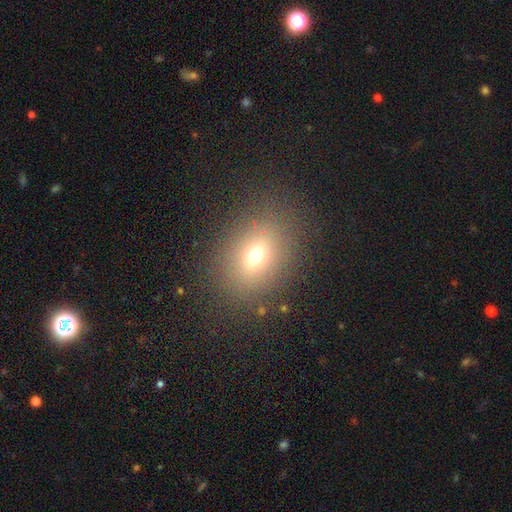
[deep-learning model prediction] Overall: smooth (69%). How rounded: round (52%; in between 46%). Merging: none (83%).